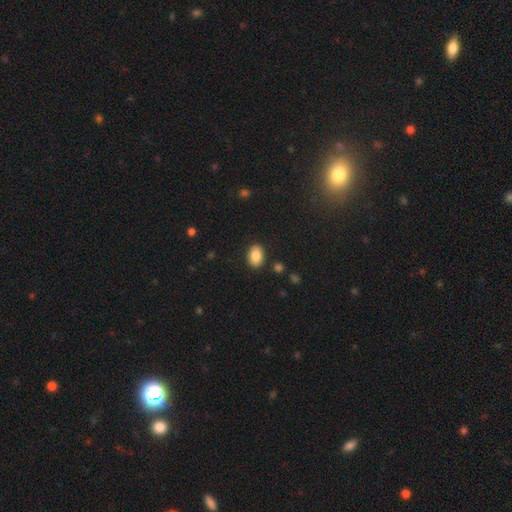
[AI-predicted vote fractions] This appears to be a smooth galaxy with no disk features (86%) that is in between round and cigar-shaped (85%). Merging: none (88%).